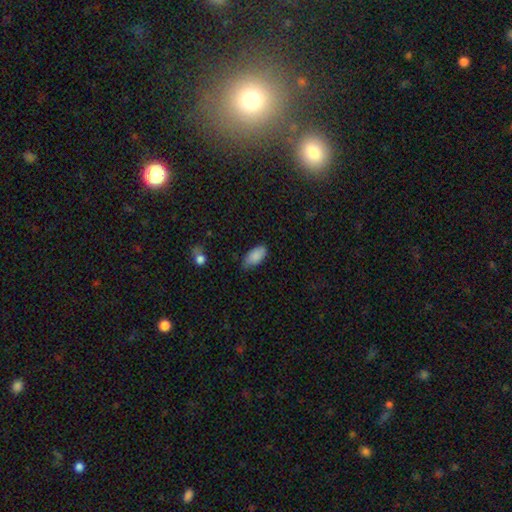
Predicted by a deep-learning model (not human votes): Morphology: type=smooth (86%); roundness=in between (93%); merging=none (68%).